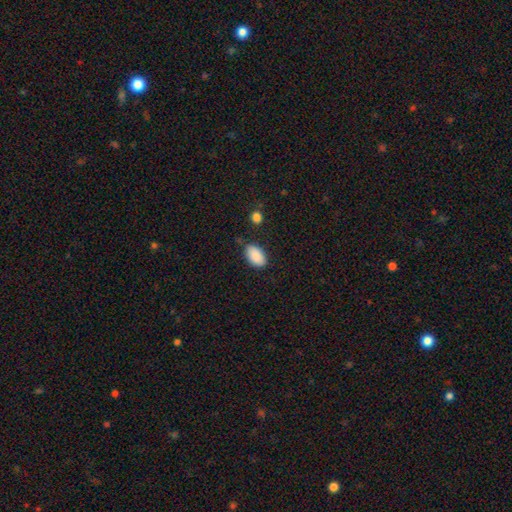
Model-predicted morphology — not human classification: Overall: smooth (90%). How rounded: in between (93%). Merging: none (78%).